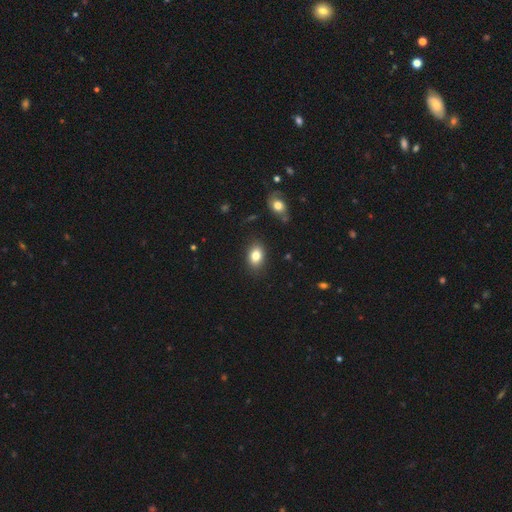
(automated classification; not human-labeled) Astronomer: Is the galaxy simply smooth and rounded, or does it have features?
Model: smooth — 81%.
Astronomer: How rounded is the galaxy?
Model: in between — 81%.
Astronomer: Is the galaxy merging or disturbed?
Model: none — 86%.